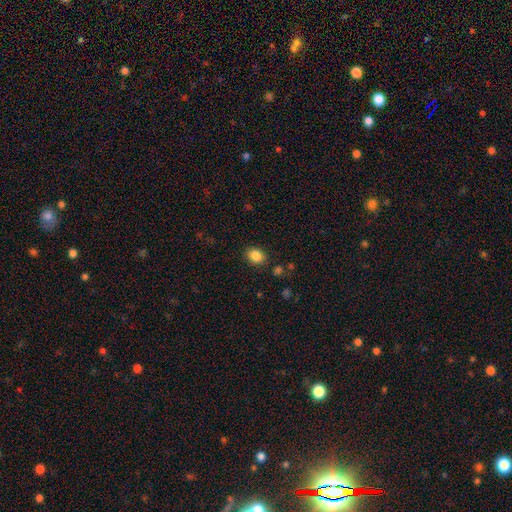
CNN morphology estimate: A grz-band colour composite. It shows a smooth galaxy with no disk features (86%) that is in between round and cigar-shaped (50%). Merging: none (86%).